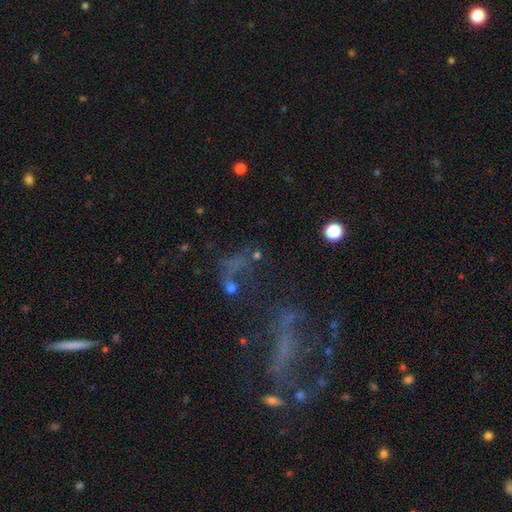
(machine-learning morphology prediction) Smooth or featured? star or artifact (40%)